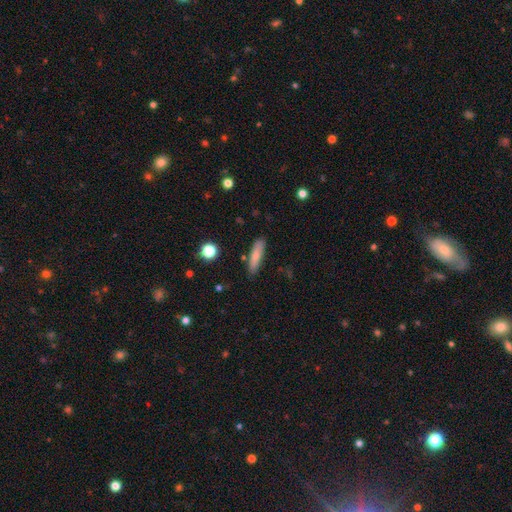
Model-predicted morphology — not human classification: A smooth galaxy with no disk features (78%) that is cigar-shaped (69%). Merging: none (83%).